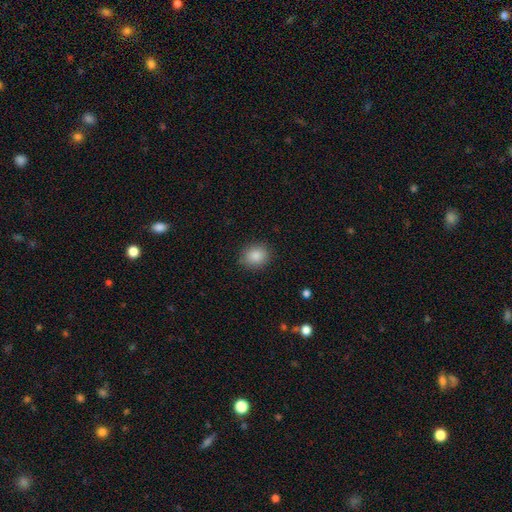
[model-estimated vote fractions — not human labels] Overall: smooth (86%). How rounded: round (68%; in between 31%). Merging: none (87%).